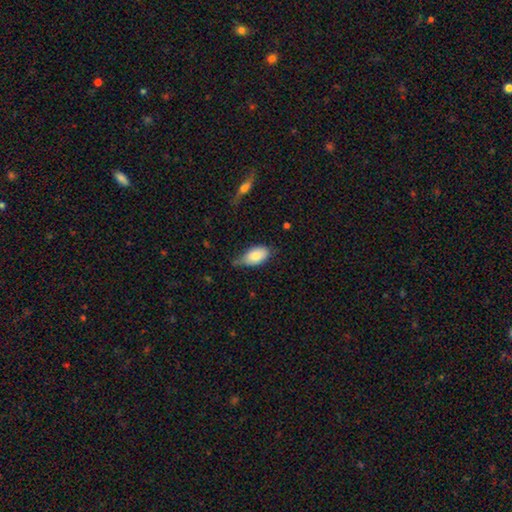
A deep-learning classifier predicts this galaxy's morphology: smooth 82%, featured or disk 11%, star or artifact 7%. Down the decision tree: how rounded — in between (93%); merging — none (44%).